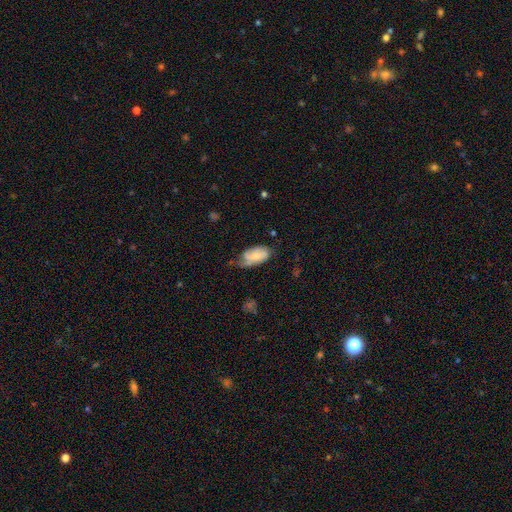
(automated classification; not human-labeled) Smooth or featured: smooth — 53% (featured or disk — 40%)
How rounded: in between — 93% (round — 4%)
Merging: none — 43% (minor disturbance — 39%)